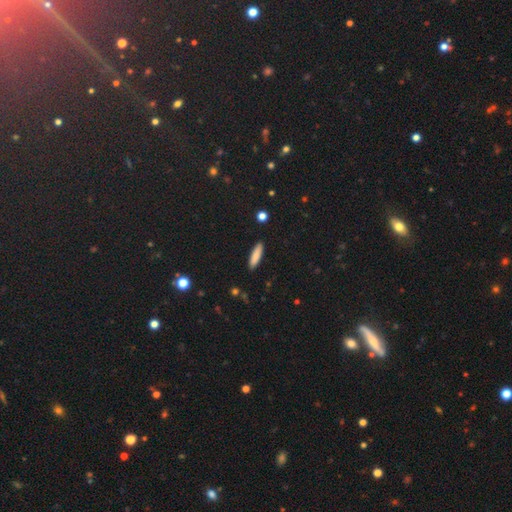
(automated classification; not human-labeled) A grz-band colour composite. It shows a smooth galaxy with no disk features (85%) that is cigar-shaped (74%). Merging: none (90%).